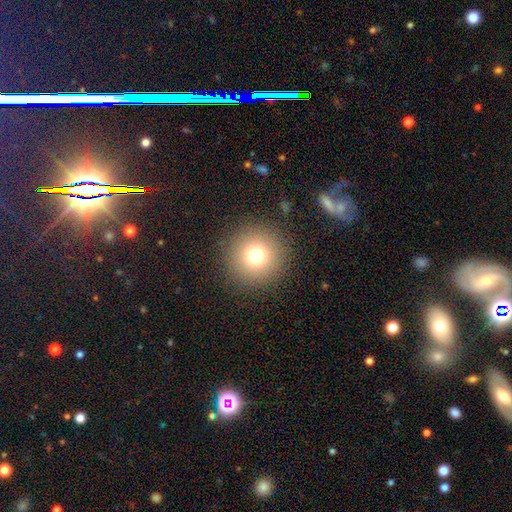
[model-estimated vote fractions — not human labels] A smooth galaxy with no disk features (76%) that is round (96%). Merging: none (91%).